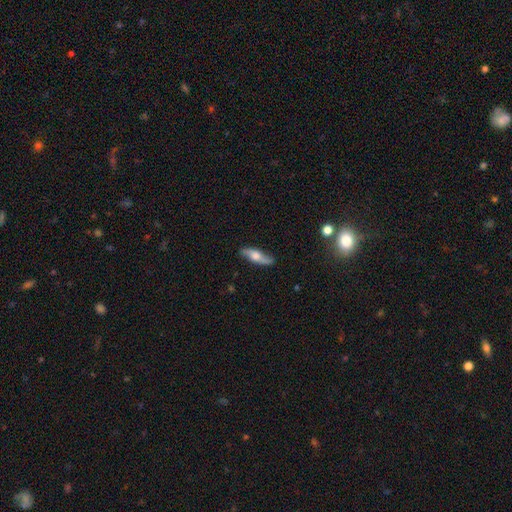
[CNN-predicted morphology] Q: Smooth or featured?
A: featured or disk (51%); runner-up: smooth (43%)
Q: Edge-on disk?
A: yes (60%); runner-up: no (40%)
Q: Merging?
A: none (82%); runner-up: minor disturbance (14%)